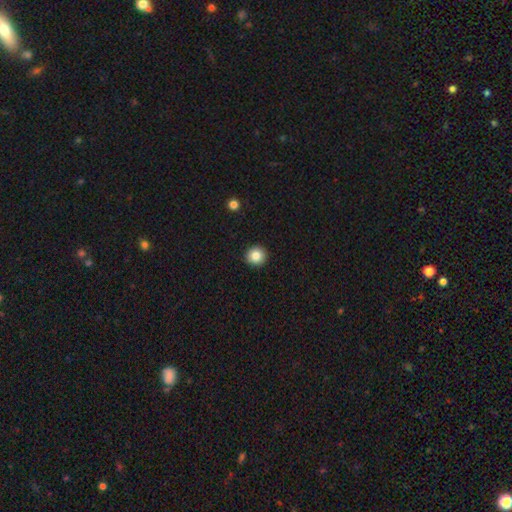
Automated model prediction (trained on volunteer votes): smooth_or_featured: smooth (p=0.85) [alt: star or artifact p=0.10]
how_rounded: round (p=0.93) [alt: in between p=0.06]
merging: none (p=0.93) [alt: minor disturbance p=0.05]